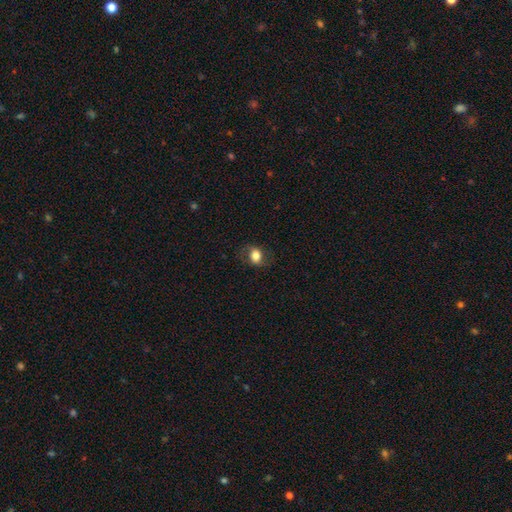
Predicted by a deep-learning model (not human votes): Smooth or featured: smooth — 73% (featured or disk — 18%)
How rounded: in between — 59% (round — 40%)
Merging: none — 73% (minor disturbance — 18%)